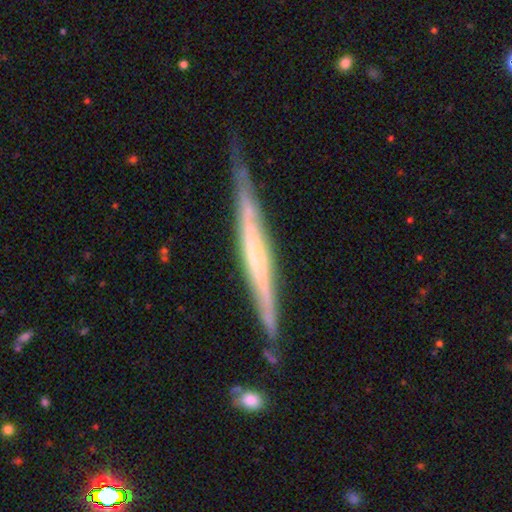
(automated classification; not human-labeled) This is likely a featured or disk galaxy (74%). It is clearly viewed edge-on (95%). Edge-on bulge: likely none (61%). Merging: likely none (75%).